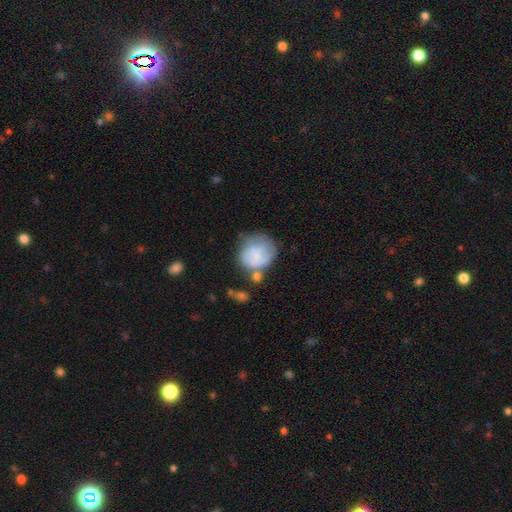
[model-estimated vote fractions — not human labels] Smooth or featured? smooth (63%)
How rounded? round (78%)
Merging? none (40%)